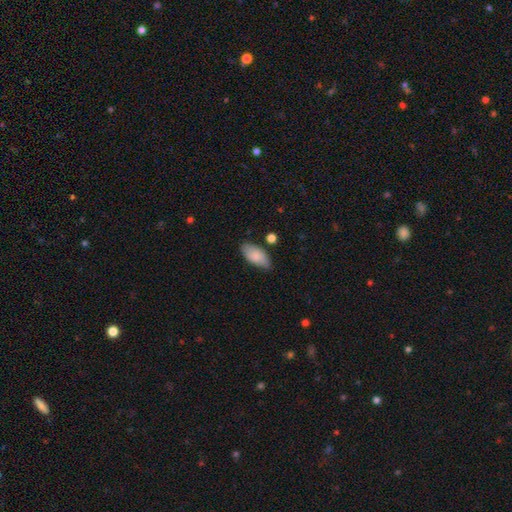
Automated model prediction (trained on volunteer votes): smooth_or_featured: smooth (p=0.84) [alt: featured or disk p=0.10]
how_rounded: in between (p=0.92) [alt: cigar-shaped p=0.06]
merging: none (p=0.75) [alt: minor disturbance p=0.19]